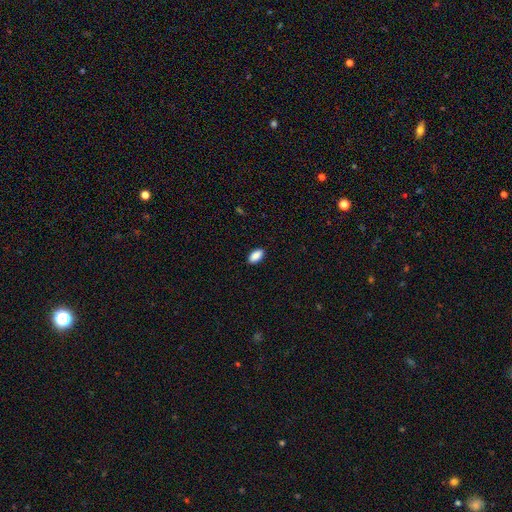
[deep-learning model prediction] Morphology: type=smooth (90%); roundness=in between (94%); merging=none (89%).